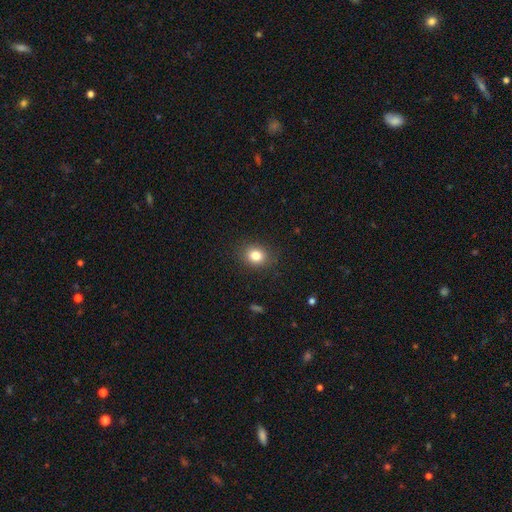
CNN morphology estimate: type=smooth (82%); roundness=round (59%); merging=none (87%).